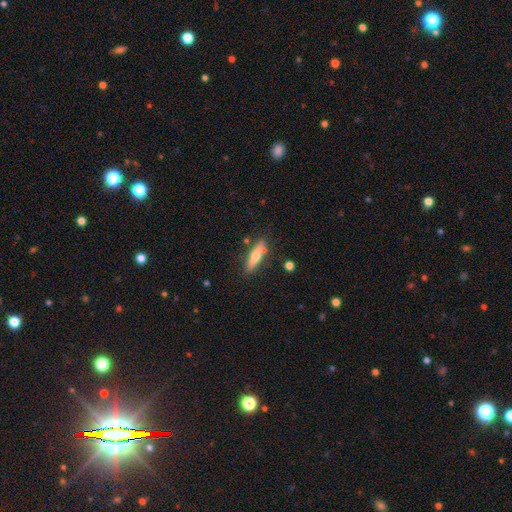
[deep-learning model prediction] Smooth or featured? Predicted: smooth (p=0.57). How rounded? Predicted: cigar-shaped (p=0.69). Merging? Predicted: none (p=0.76).